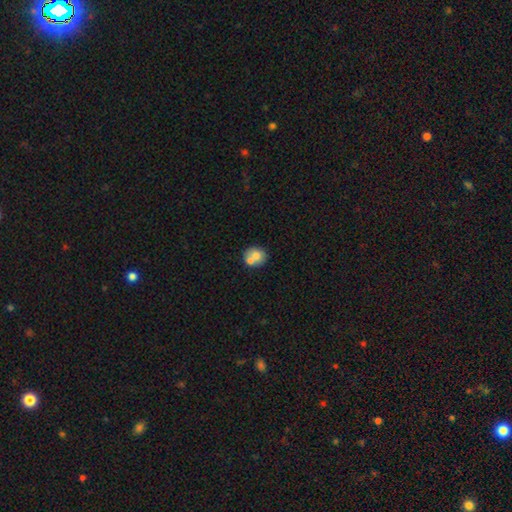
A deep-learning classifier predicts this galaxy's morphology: The model was most divided on "merging": none: 49%, merger: 38%, minor disturbance: 10%, major disturbance: 3%. More confident: how rounded — round (73%); smooth or featured — smooth (71%).